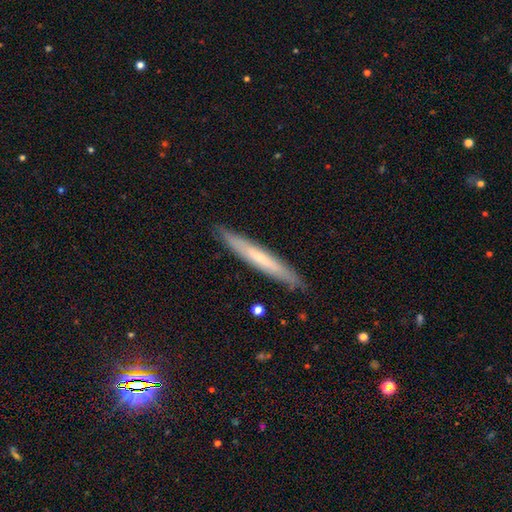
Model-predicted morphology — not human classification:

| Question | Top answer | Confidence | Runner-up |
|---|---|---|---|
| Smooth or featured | featured or disk | 48% | smooth (44%) |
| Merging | none | 89% | minor disturbance (8%) |